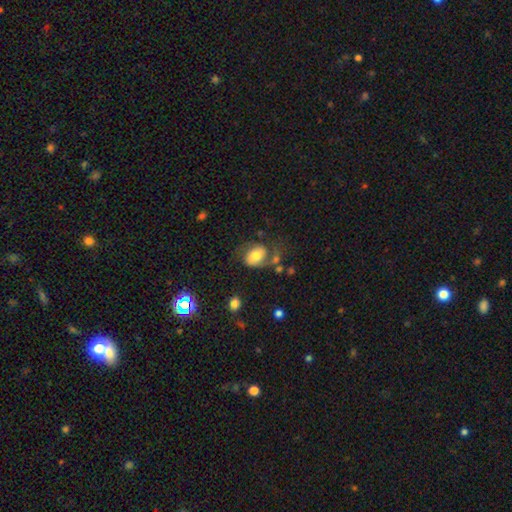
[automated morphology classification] type=smooth (52%); roundness=in between (70%); merging=none (50%).